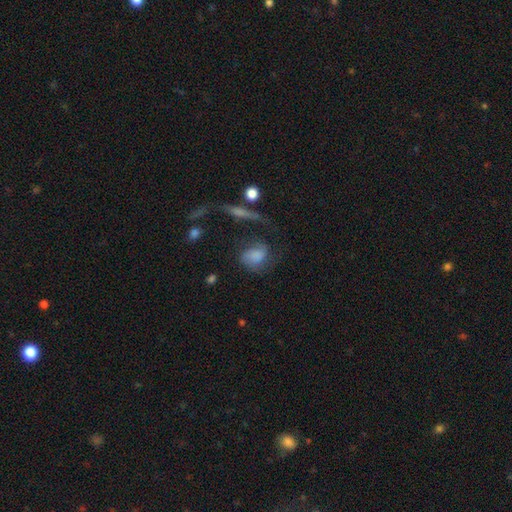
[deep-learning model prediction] This is likely a smooth galaxy (61%). How rounded: likely in between (62%). Merging: marginally none (44%).